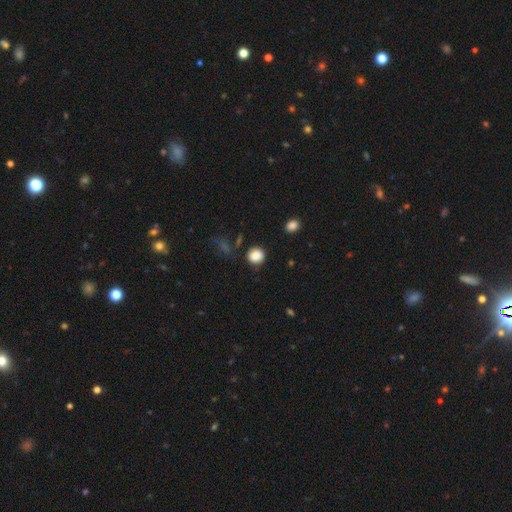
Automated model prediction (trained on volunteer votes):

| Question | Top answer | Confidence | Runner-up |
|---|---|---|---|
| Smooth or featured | smooth | 87% | star or artifact (10%) |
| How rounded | round | 87% | in between (12%) |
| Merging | none | 83% | minor disturbance (10%) |